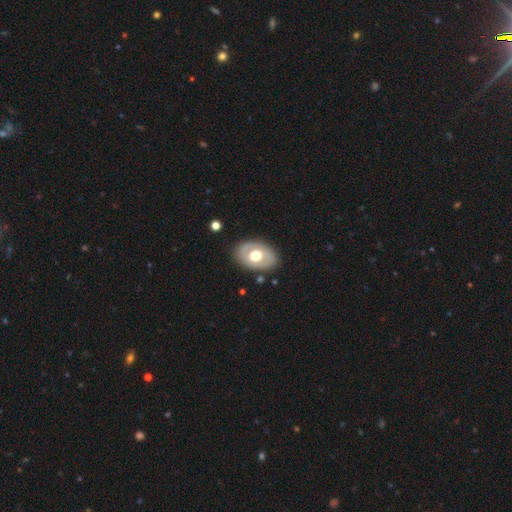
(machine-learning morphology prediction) Smooth or featured: featured or disk — 48% (smooth — 46%)
Merging: none — 82% (minor disturbance — 12%)